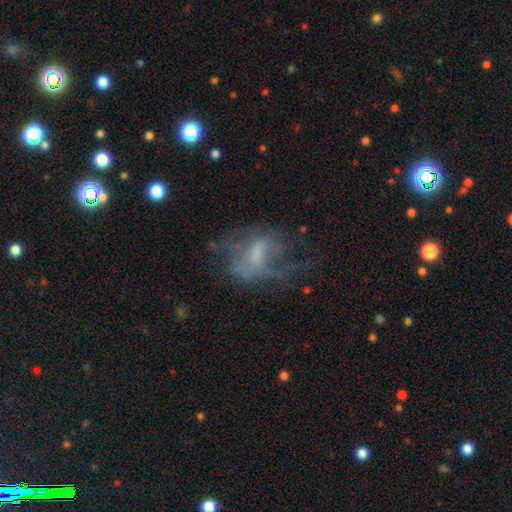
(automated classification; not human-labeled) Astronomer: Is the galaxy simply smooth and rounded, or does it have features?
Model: featured or disk — 60%.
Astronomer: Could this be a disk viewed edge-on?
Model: no — 96%.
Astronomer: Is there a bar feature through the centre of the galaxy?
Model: weak — 43% (runner-up: no, 41%).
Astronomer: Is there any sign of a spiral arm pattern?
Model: yes — 51% (runner-up: no, 49%).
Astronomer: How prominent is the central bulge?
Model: none — 36% (runner-up: moderate, 30%).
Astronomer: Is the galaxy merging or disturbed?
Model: major disturbance — 39% (runner-up: none, 37%).